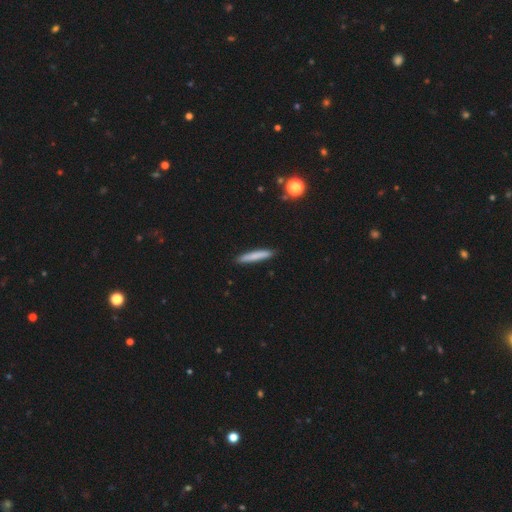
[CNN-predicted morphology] Smooth or featured?
  - smooth: 79% *
  - featured or disk: 15%
  - star or artifact: 6%
How rounded?
  - cigar-shaped: 93% *
  - in between: 5%
  - round: 1%
Merging?
  - none: 90% *
  - minor disturbance: 7%
  - major disturbance: 1%
  - merger: 1%